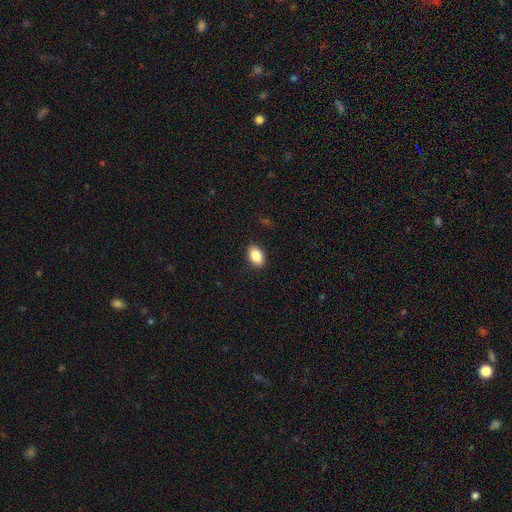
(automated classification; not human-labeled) This is clearly a smooth galaxy (87%). How rounded: clearly in between (87%). Merging: clearly none (89%).